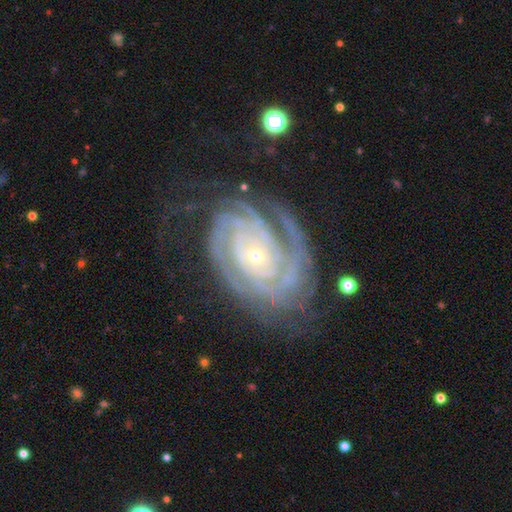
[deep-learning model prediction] smooth-or-featured: featured or disk: 90% | star or artifact: 6% | smooth: 4%
  disk-edge-on: no: 97% | yes: 3%
    bar: no: 74% | weak: 16% | strong: 9%
    has-spiral-arms: yes: 98% | no: 2%
      spiral-winding: tight: 80% | medium: 18% | loose: 3%
      spiral-arm-count: 2: 26% | 3: 24% | can't tell: 19% | 4: 17% | more than 4: 8% | 1: 6%
    bulge-size: small: 81% | moderate: 15% | large: 1% | none: 1% | dominant: 1%
  merging: none: 65% | minor disturbance: 20% | major disturbance: 13% | merger: 2%